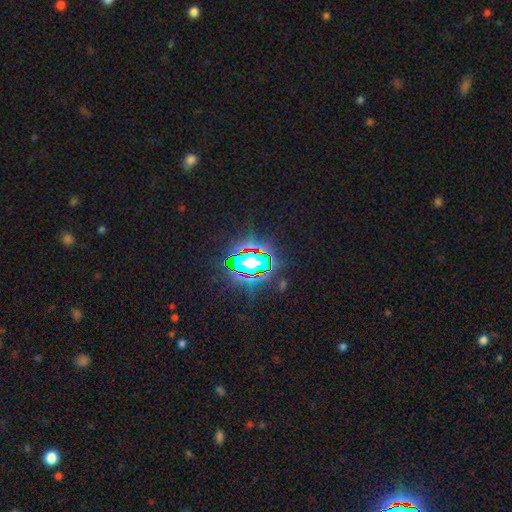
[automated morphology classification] Smooth or featured? Predicted: star or artifact (p=0.81).